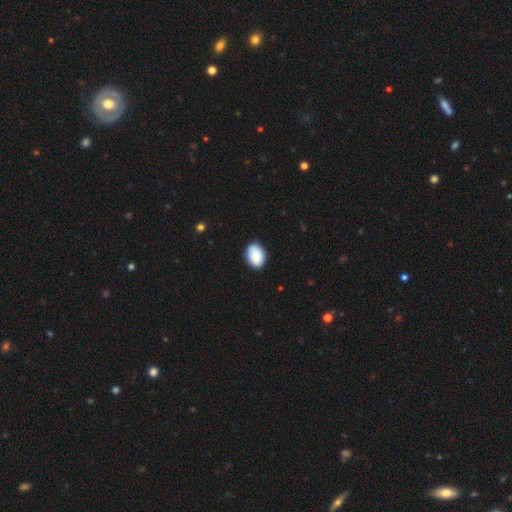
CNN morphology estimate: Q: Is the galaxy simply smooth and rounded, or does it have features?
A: smooth — 88%.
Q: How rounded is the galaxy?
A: in between — 79%.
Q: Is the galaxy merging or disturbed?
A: none — 85%.